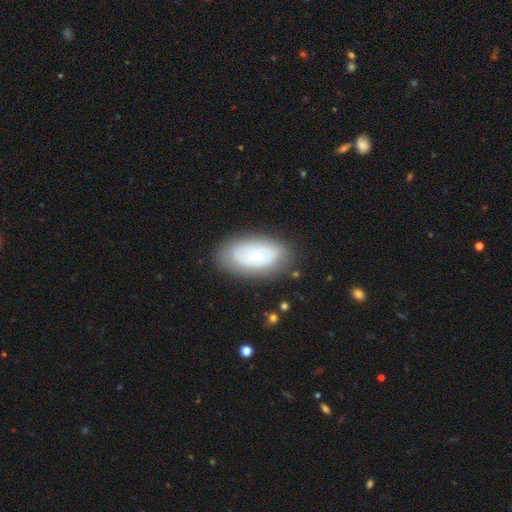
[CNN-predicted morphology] Smooth or featured?
  - smooth: 50% *
  - featured or disk: 43%
  - star or artifact: 7%
How rounded?
  - in between: 93% *
  - round: 5%
  - cigar-shaped: 3%
Merging?
  - none: 79% *
  - minor disturbance: 15%
  - major disturbance: 5%
  - merger: 2%